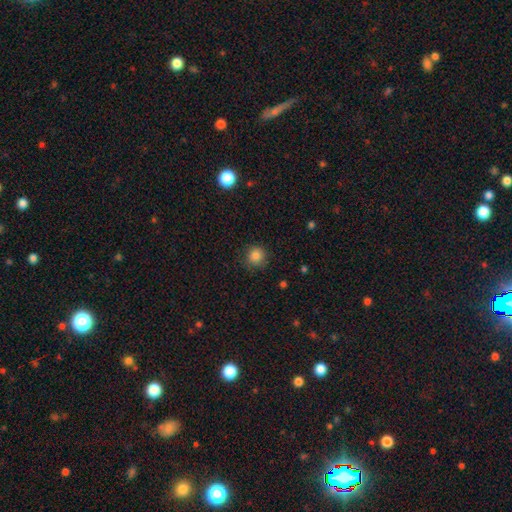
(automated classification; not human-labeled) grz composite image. It shows a smooth galaxy with no disk features (84%) that is round (93%). Merging: none (86%).